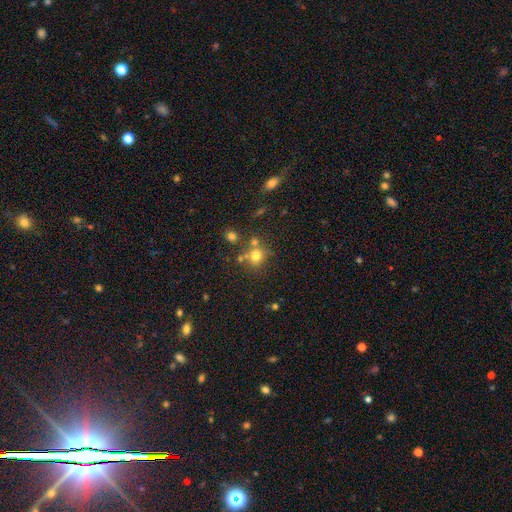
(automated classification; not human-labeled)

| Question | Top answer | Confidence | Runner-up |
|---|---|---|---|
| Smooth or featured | smooth | 70% | star or artifact (18%) |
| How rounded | round | 85% | in between (14%) |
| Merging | none | 61% | merger (21%) |